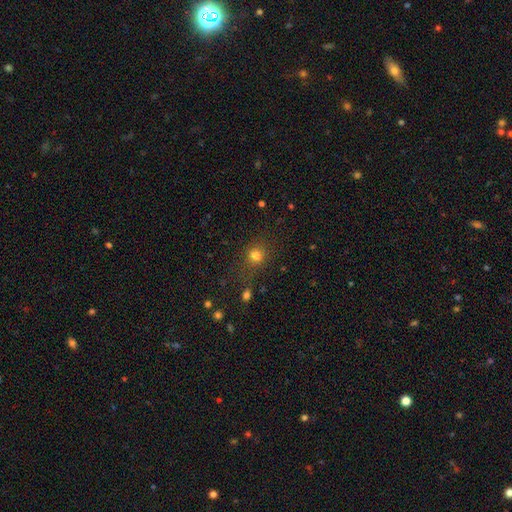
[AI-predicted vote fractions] smooth-or-featured: smooth: 76% | star or artifact: 17% | featured or disk: 7%
  how-rounded: round: 82% | in between: 17% | cigar-shaped: 1%
  merging: none: 72% | minor disturbance: 13% | merger: 7% | major disturbance: 7%